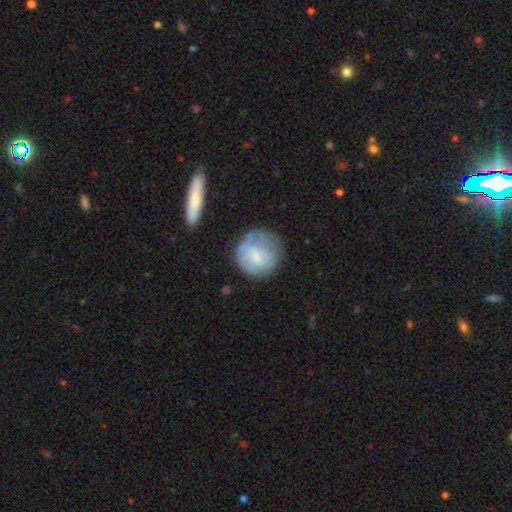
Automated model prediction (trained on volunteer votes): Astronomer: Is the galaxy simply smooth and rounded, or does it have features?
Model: smooth — 50% (runner-up: featured or disk, 43%).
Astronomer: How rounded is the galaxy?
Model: round — 88%.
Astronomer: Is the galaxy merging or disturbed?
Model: none — 64%.